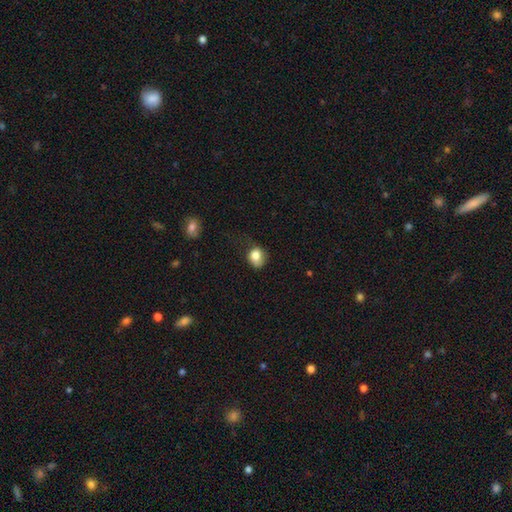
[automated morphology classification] This is clearly a smooth galaxy (80%). How rounded: possibly round (58%). Merging: marginally none (41%).